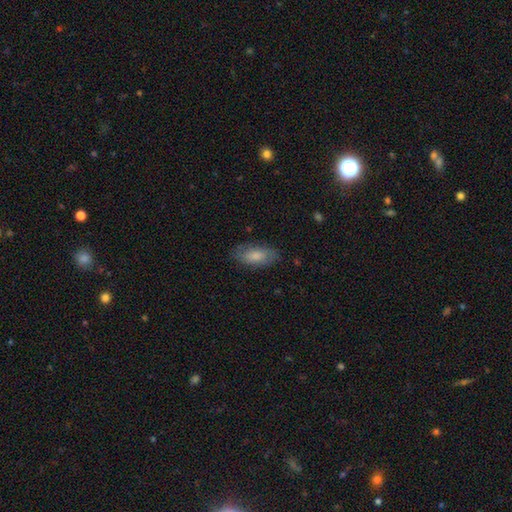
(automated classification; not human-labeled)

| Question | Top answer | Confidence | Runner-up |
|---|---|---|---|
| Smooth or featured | smooth | 79% | featured or disk (15%) |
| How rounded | in between | 88% | cigar-shaped (10%) |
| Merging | none | 80% | minor disturbance (15%) |